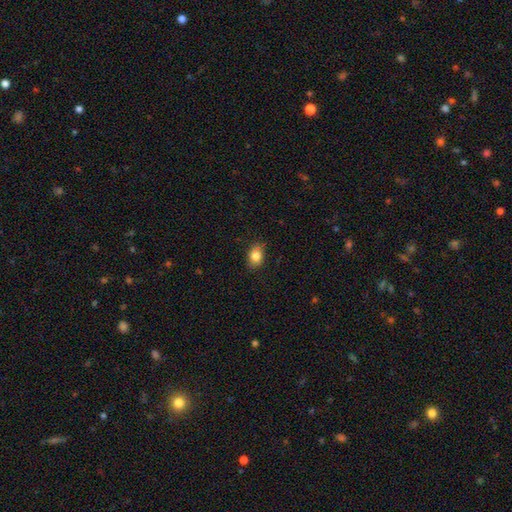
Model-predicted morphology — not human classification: Smooth or featured? Predicted: smooth (p=0.84). How rounded? Predicted: in between (p=0.68). Merging? Predicted: none (p=0.79).